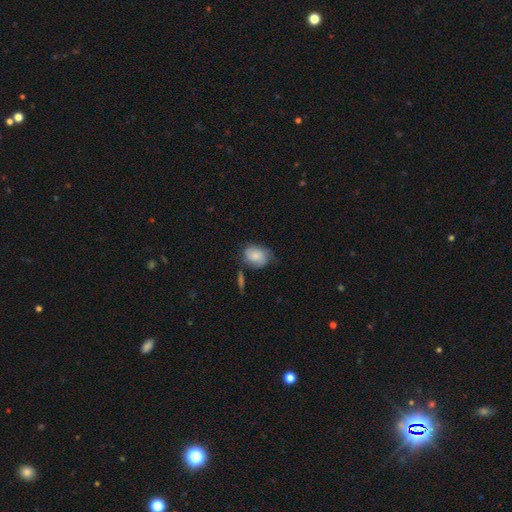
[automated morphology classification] smooth 71%, featured or disk 22%, star or artifact 7%. Down the decision tree: how rounded — in between (60%); merging — none (50%).